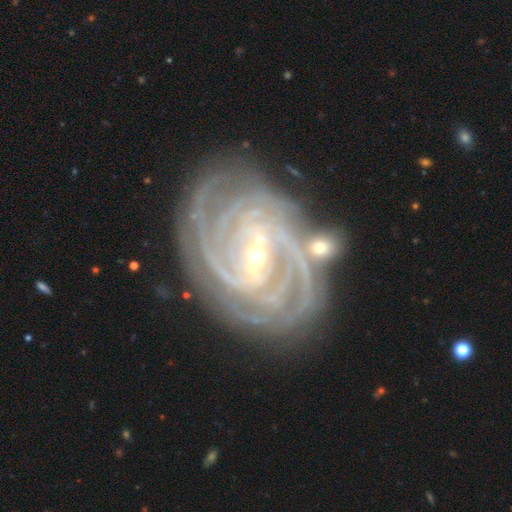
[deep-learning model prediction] Overall: featured or disk (93%). Edge-on disk: no (97%). Bar: strong (47%; weak 39%). Spiral arms: yes (99%). Spiral arm count: 4 (33%; 3 20%). Spiral winding: tight (81%). Bulge size: small (70%). Merging: none (75%).